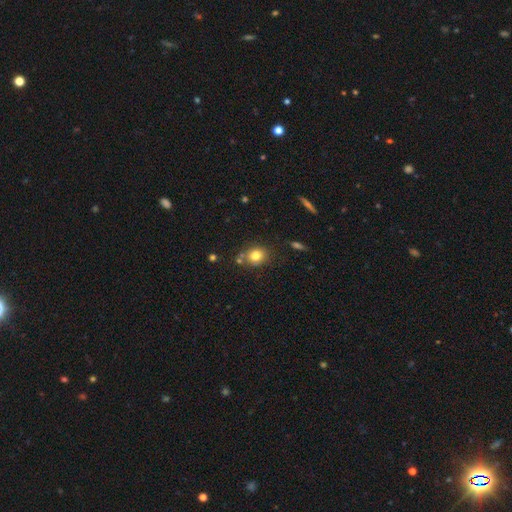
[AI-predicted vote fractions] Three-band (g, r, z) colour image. It shows a smooth galaxy with no disk features (78%) that is round (67%). Merging: none (70%).